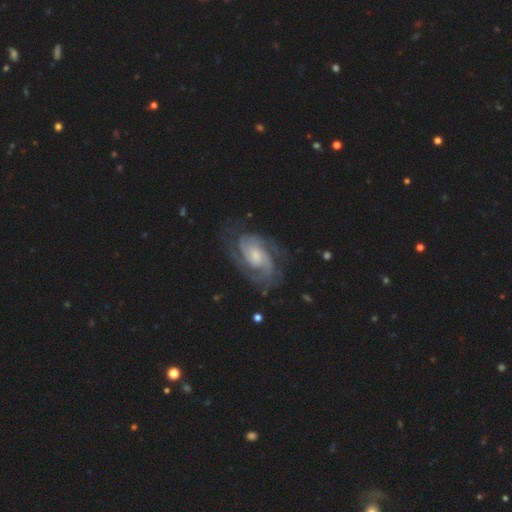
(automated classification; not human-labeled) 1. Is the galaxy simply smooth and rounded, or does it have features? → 91% featured or disk, 5% smooth, 4% star or artifact.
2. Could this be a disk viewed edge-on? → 97% no, 3% yes.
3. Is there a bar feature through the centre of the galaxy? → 51% no, 39% weak, 10% strong.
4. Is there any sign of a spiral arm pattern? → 98% yes, 2% no.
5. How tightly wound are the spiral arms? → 53% tight, 41% medium, 7% loose.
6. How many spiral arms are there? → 66% 2, 15% 3, 8% can't tell, 4% 4, 3% 1, 3% more than 4.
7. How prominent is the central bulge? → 37% small (tied), 37% moderate (tied), 14% none, 11% large, 1% dominant.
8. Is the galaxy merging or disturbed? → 74% none, 17% minor disturbance, 8% major disturbance, 1% merger.